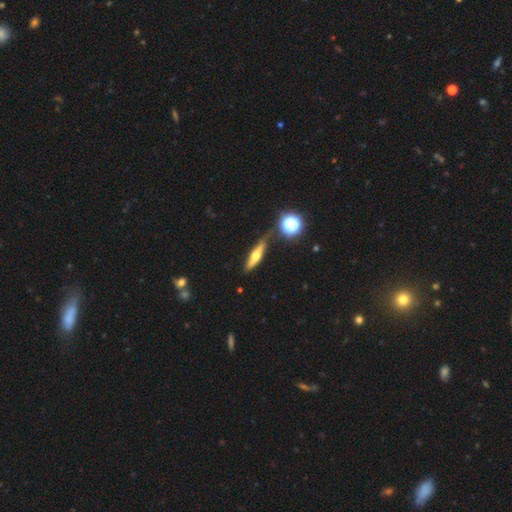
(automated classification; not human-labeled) Morphology: type=smooth (47%); merging=none (71%).